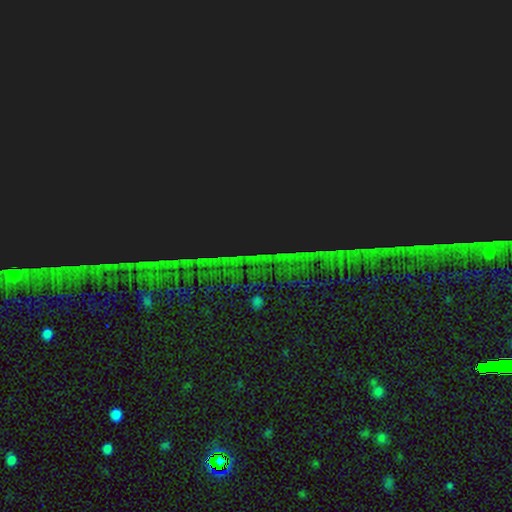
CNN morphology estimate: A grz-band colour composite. It shows a star or artifact, not a galaxy (88%).